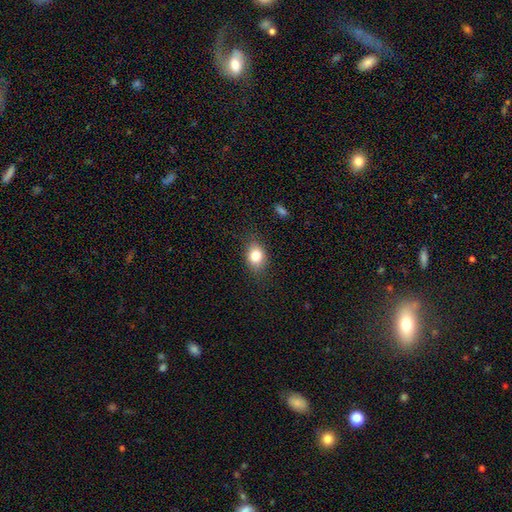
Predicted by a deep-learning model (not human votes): Overall: smooth (80%). How rounded: in between (59%; round 39%). Merging: none (81%).